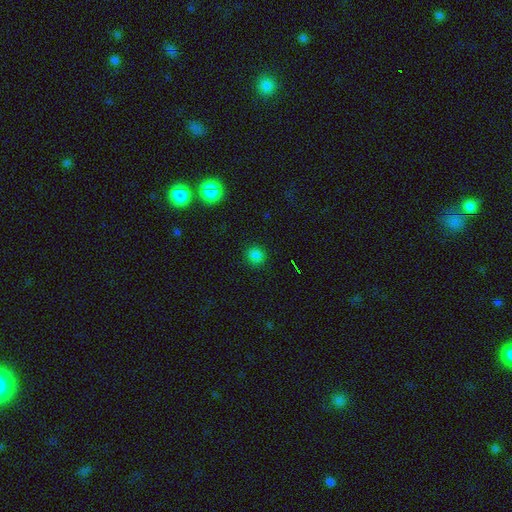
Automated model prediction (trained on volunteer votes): Smooth or featured? Predicted: smooth (p=0.77). How rounded? Predicted: round (p=0.87). Merging? Predicted: none (p=0.87).